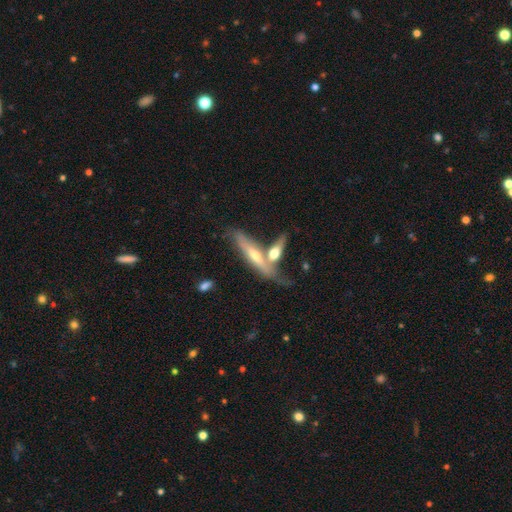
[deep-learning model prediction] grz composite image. It shows a featured or disk galaxy (58%) viewed edge-on (79%). Merging: merger (41%).